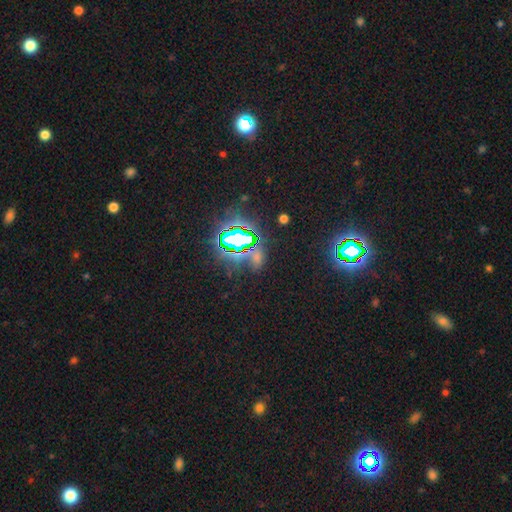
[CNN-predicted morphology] type=star or artifact (78%).